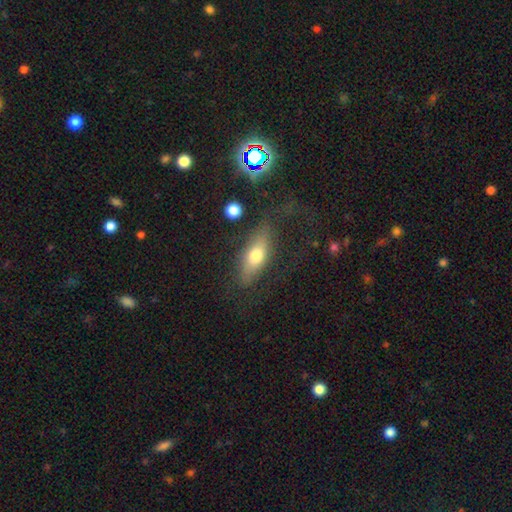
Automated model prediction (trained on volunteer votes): Smooth or featured? Predicted: smooth (p=0.62). How rounded? Predicted: in between (p=0.60). Merging? Predicted: none (p=0.67).